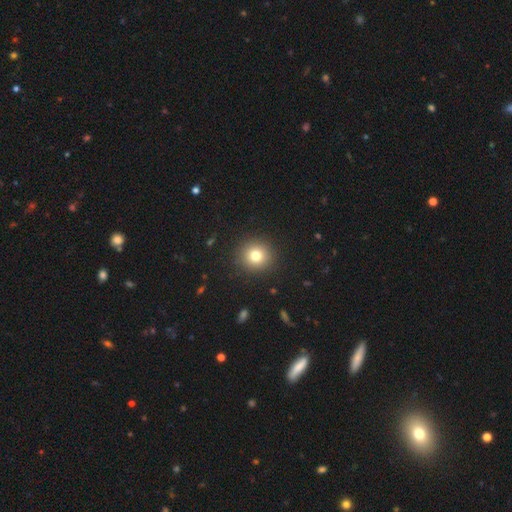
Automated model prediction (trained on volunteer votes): Smooth or featured? Predicted: smooth (p=0.78). How rounded? Predicted: round (p=0.93). Merging? Predicted: none (p=0.92).